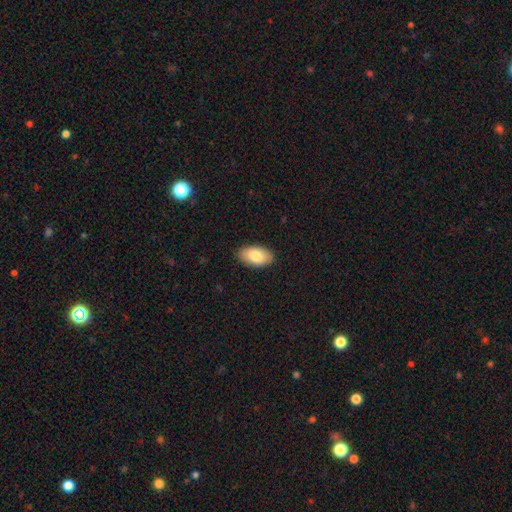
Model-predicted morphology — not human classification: Smooth or featured?
  - smooth: 82% *
  - featured or disk: 12%
  - star or artifact: 6%
How rounded?
  - in between: 95% *
  - round: 3%
  - cigar-shaped: 2%
Merging?
  - none: 88% *
  - minor disturbance: 9%
  - major disturbance: 2%
  - merger: 1%